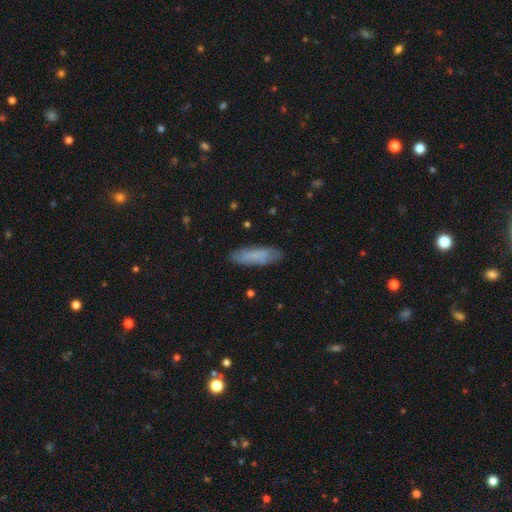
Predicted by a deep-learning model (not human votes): Q: Smooth or featured?
A: smooth (77%); runner-up: featured or disk (16%)
Q: How rounded?
A: cigar-shaped (60%); runner-up: in between (39%)
Q: Merging?
A: none (83%); runner-up: minor disturbance (13%)